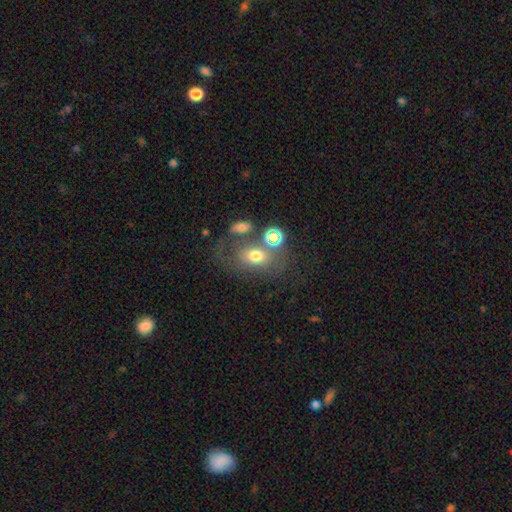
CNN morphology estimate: Smooth or featured? smooth (62%)
How rounded? in between (72%)
Merging? none (40%)